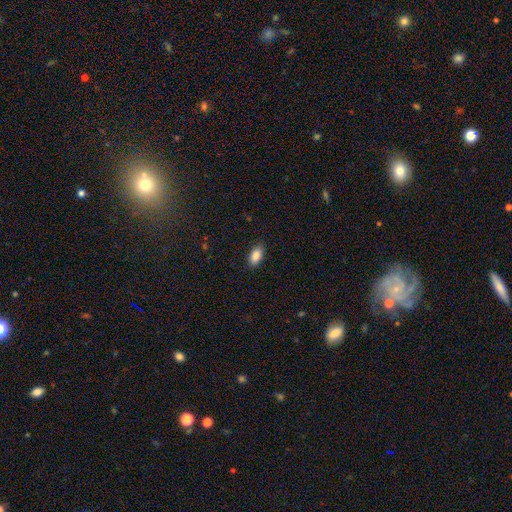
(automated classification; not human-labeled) The model was most divided on "merging": none: 88%, minor disturbance: 9%, major disturbance: 2%, merger: 1%. More confident: how rounded — in between (92%); smooth or featured — smooth (89%).